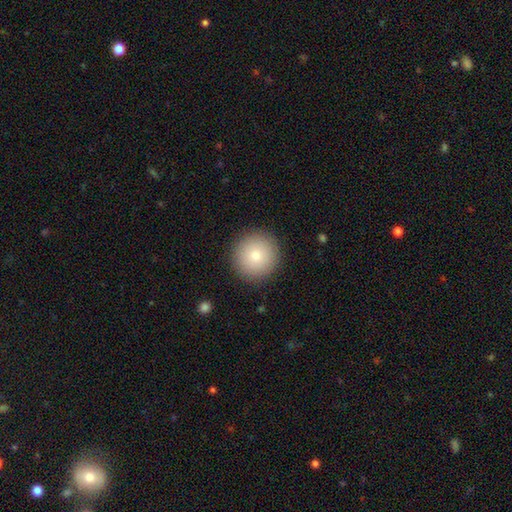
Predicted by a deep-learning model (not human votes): Q: Smooth or featured?
A: smooth (81%); runner-up: featured or disk (10%)
Q: How rounded?
A: round (95%); runner-up: in between (4%)
Q: Merging?
A: none (91%); runner-up: minor disturbance (6%)